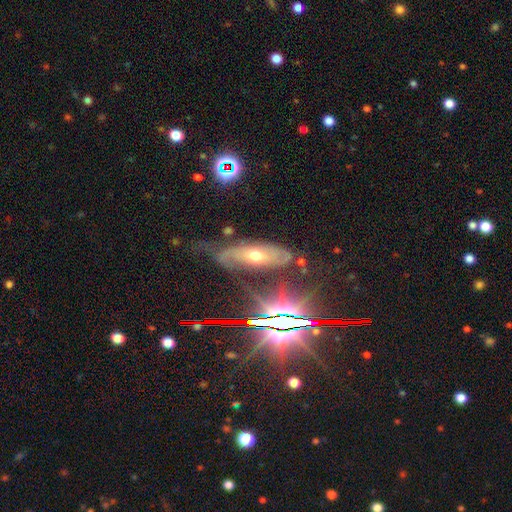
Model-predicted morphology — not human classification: Smooth or featured? featured or disk (62%)
Edge-on disk? no (77%)
Merging? none (51%)